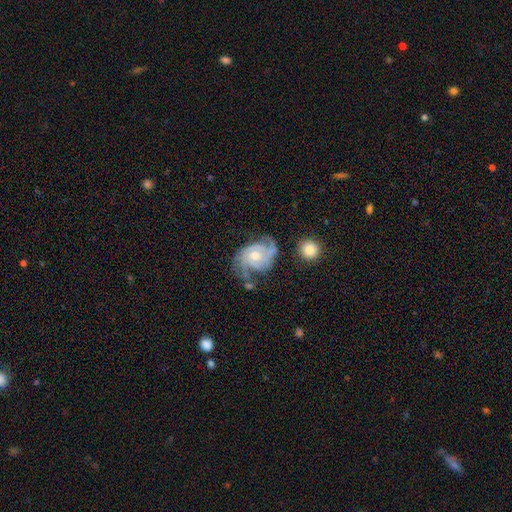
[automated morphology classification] featured or disk 88%, smooth 7%, star or artifact 5%. Down the decision tree: edge-on disk — no (98%); bar — no (66%); spiral arms — yes (97%); spiral arm count — 2 (47%); spiral winding — tight (48%); bulge size — moderate (68%); merging — none (56%).